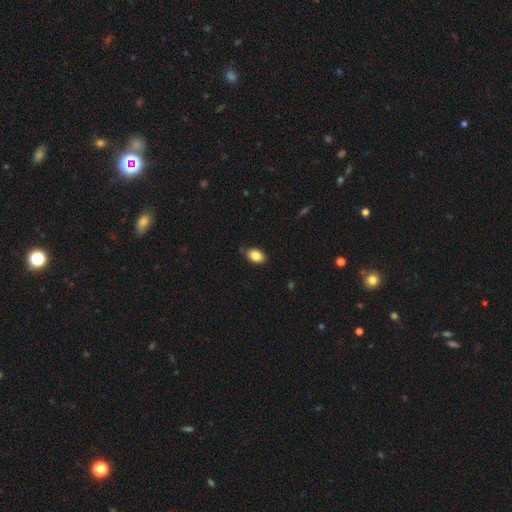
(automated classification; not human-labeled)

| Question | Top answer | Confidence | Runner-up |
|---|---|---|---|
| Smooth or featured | smooth | 85% | star or artifact (8%) |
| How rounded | in between | 85% | round (14%) |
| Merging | none | 80% | minor disturbance (16%) |